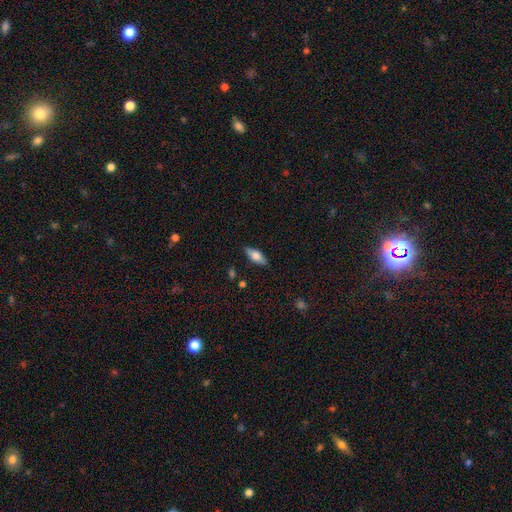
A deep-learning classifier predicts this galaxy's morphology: A smooth galaxy with no disk features (66%) that is in between round and cigar-shaped (77%).

Vote fractions:
- Smooth or featured? smooth: 66% / featured or disk: 27% / star or artifact: 7%
- How rounded? in between: 77% / cigar-shaped: 20% / round: 3%
- Merging? none: 86% / minor disturbance: 10% / major disturbance: 2% / merger: 1%